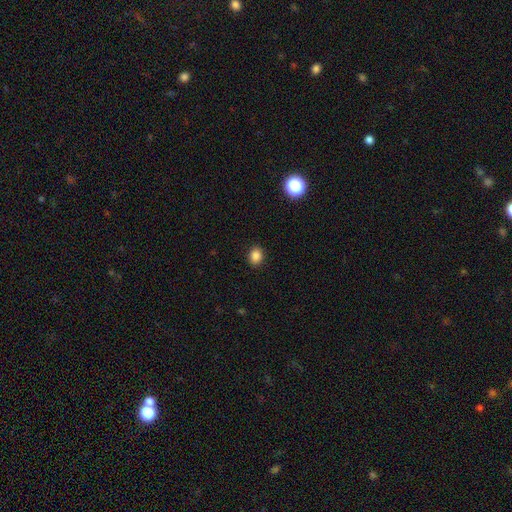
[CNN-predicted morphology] smooth-or-featured: smooth: 85% | star or artifact: 11% | featured or disk: 4%
  how-rounded: round: 51% | in between: 48% | cigar-shaped: 1%
  merging: none: 90% | minor disturbance: 7% | major disturbance: 2% | merger: 1%